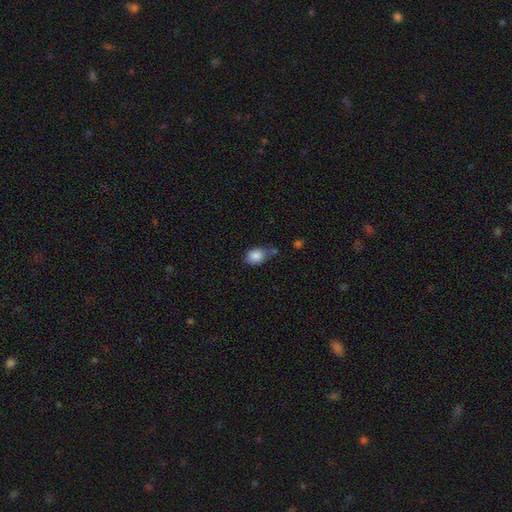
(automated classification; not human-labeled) smooth 86%, star or artifact 9%, featured or disk 6%. Down the decision tree: how rounded — in between (61%); merging — none (51%).